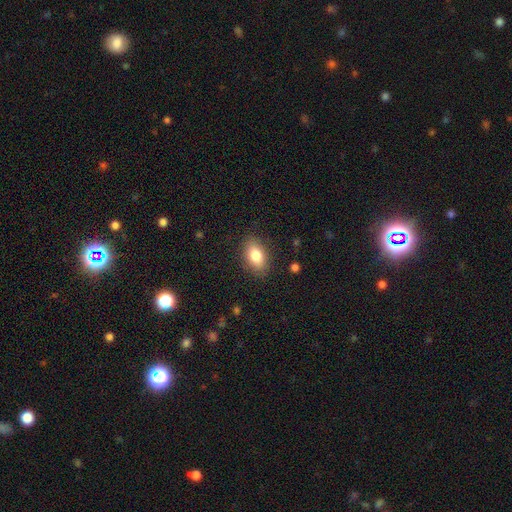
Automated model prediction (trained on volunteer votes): The model was most divided on "smooth or featured": smooth: 81%, featured or disk: 11%, star or artifact: 8%. More confident: how rounded — in between (89%); merging — none (86%).